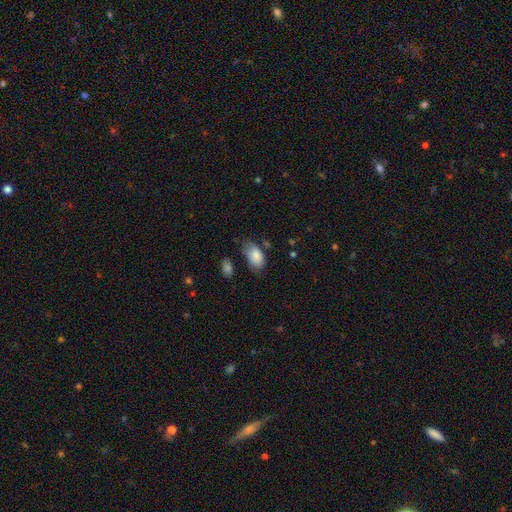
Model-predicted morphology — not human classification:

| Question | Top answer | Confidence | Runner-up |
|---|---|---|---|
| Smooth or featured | smooth | 85% | featured or disk (8%) |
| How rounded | in between | 93% | round (5%) |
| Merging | none | 48% | minor disturbance (35%) |